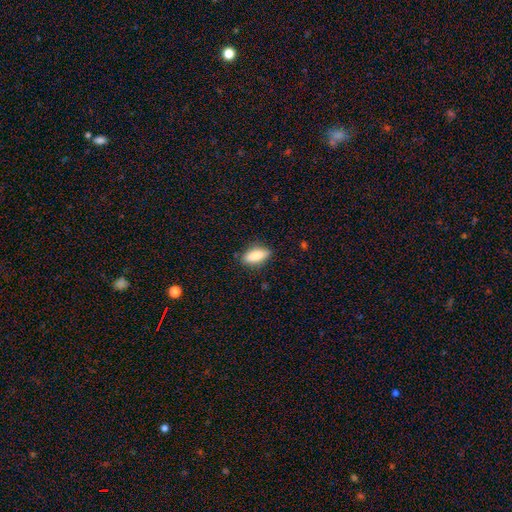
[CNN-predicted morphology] Smooth or featured?
  - smooth: 82% *
  - featured or disk: 11%
  - star or artifact: 7%
How rounded?
  - in between: 79% *
  - cigar-shaped: 18%
  - round: 3%
Merging?
  - none: 83% *
  - minor disturbance: 13%
  - major disturbance: 3%
  - merger: 1%